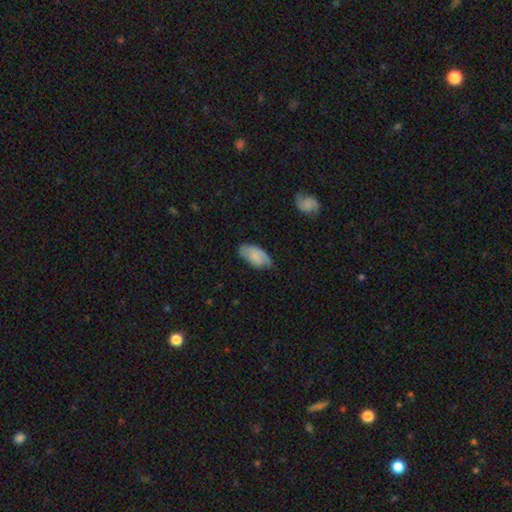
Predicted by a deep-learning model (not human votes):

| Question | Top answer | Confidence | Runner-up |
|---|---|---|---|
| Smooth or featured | smooth | 61% | featured or disk (32%) |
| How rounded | in between | 93% | round (3%) |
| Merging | none | 63% | minor disturbance (29%) |